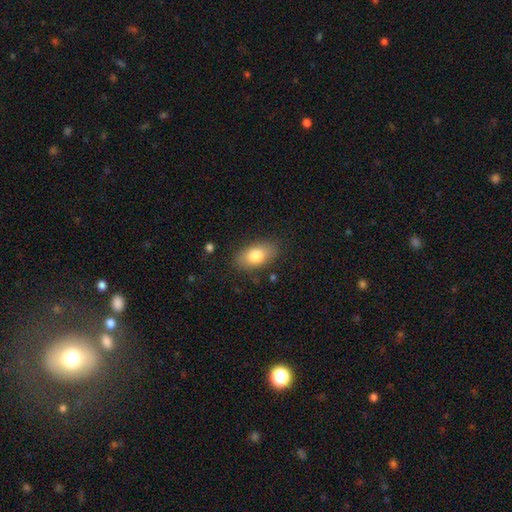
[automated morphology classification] Q: Smooth or featured?
A: smooth (79%); runner-up: featured or disk (14%)
Q: How rounded?
A: in between (90%); runner-up: round (6%)
Q: Merging?
A: none (82%); runner-up: minor disturbance (13%)